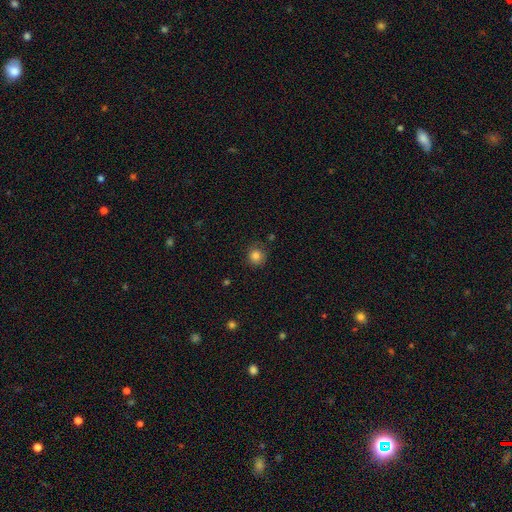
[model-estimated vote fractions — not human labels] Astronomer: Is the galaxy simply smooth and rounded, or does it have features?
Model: smooth — 83%.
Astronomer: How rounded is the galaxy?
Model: round — 90%.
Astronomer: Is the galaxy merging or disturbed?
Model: none — 82%.